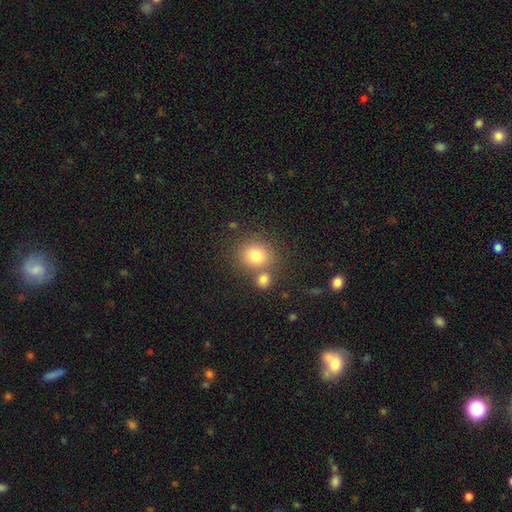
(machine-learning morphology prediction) Q: Smooth or featured?
A: smooth (79%); runner-up: star or artifact (12%)
Q: How rounded?
A: round (80%); runner-up: in between (19%)
Q: Merging?
A: none (64%); runner-up: merger (23%)